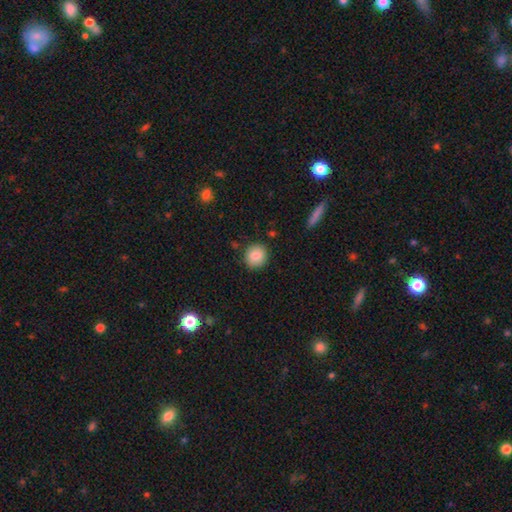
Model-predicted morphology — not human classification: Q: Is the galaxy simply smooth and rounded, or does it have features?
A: smooth — 86%.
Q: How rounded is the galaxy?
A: round — 86%.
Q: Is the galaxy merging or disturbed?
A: none — 88%.